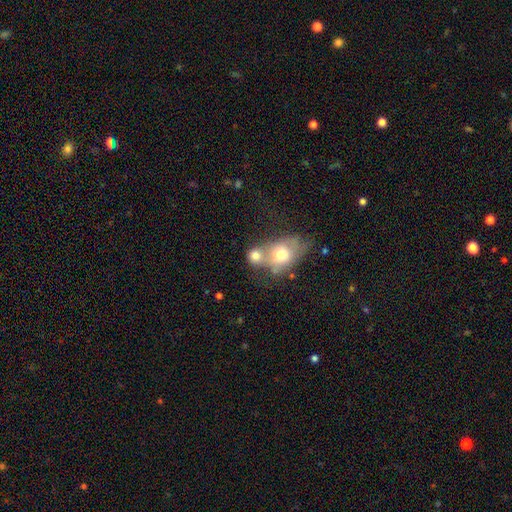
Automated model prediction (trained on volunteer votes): A smooth galaxy with no disk features (71%) that is round (60%).

Vote fractions:
- Smooth or featured? smooth: 71% / featured or disk: 19% / star or artifact: 10%
- How rounded? round: 60% / in between: 38% / cigar-shaped: 2%
- Merging? merger: 62% / none: 23% / minor disturbance: 8% / major disturbance: 6%